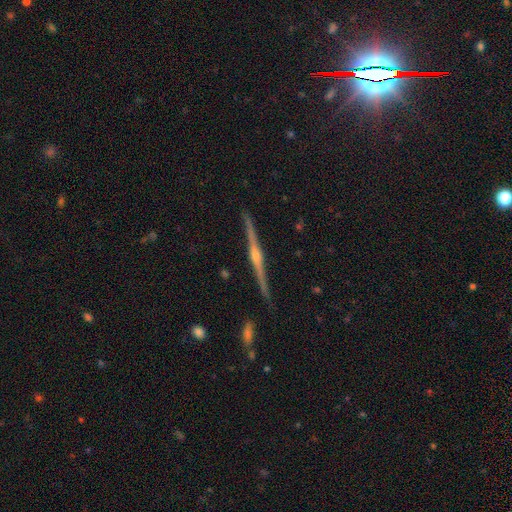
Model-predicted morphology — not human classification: smooth_or_featured: featured or disk (p=0.84) [alt: star or artifact p=0.09]
disk_edge_on: yes (p=0.98) [alt: no p=0.02]
edge_on_bulge: rounded (p=0.87) [alt: none p=0.06]
merging: none (p=0.89) [alt: minor disturbance p=0.07]